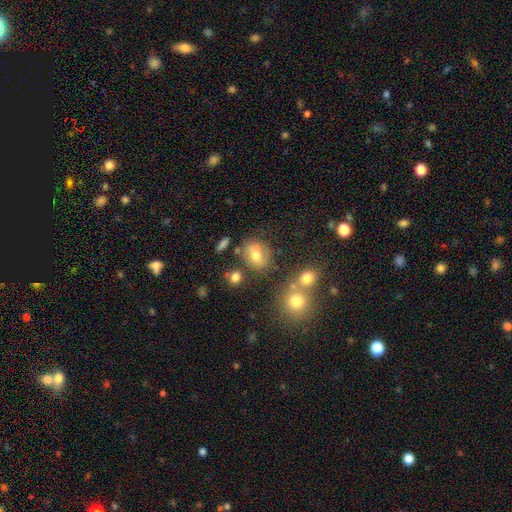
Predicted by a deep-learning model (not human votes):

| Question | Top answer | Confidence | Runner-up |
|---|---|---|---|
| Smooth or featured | smooth | 55% | star or artifact (35%) |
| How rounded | round | 74% | in between (24%) |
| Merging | none | 61% | merger (25%) |